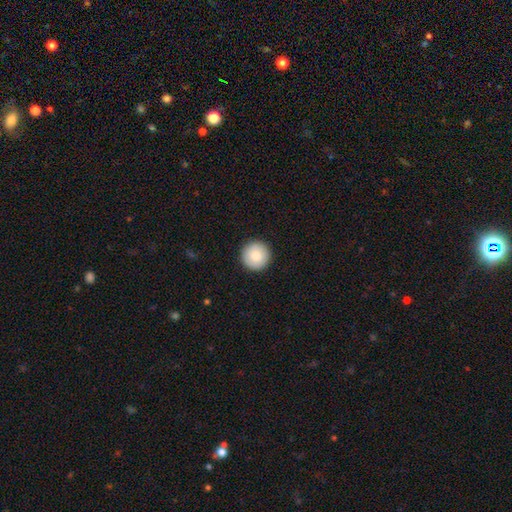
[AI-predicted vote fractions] Overall: smooth (84%). How rounded: round (97%). Merging: none (93%).